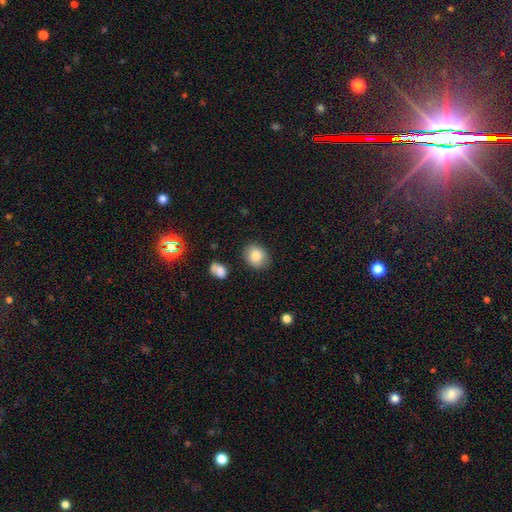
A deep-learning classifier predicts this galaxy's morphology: type=smooth (83%); roundness=round (56%); merging=none (84%).